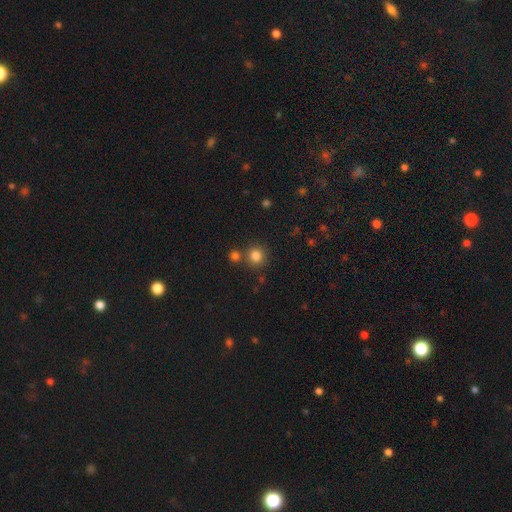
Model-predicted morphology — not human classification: Overall: smooth (81%). How rounded: round (90%). Merging: none (73%).